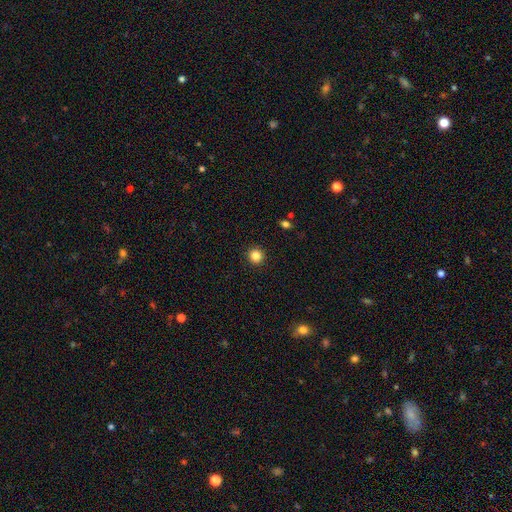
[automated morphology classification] This is clearly a smooth galaxy (84%). How rounded: clearly round (94%). Merging: clearly none (93%).